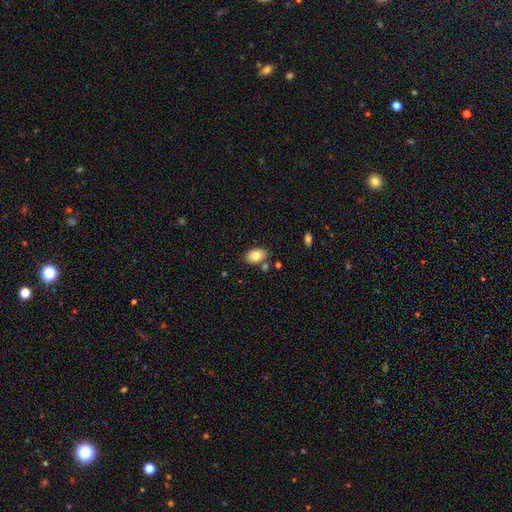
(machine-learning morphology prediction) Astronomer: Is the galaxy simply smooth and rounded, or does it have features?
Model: smooth — 79%.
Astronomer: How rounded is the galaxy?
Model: in between — 88%.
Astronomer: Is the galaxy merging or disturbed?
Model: none — 78%.